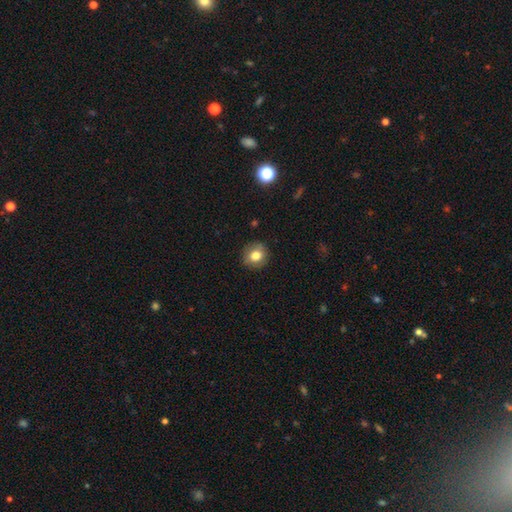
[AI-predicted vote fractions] Smooth or featured?
  - smooth: 78% *
  - featured or disk: 12%
  - star or artifact: 10%
How rounded?
  - round: 84% *
  - in between: 15%
  - cigar-shaped: 1%
Merging?
  - none: 88% *
  - minor disturbance: 9%
  - major disturbance: 2%
  - merger: 1%